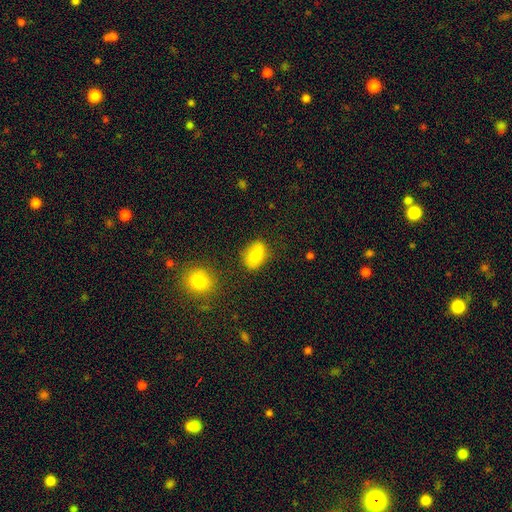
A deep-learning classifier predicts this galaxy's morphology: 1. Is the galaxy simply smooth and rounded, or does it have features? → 78% smooth, 13% featured or disk, 9% star or artifact.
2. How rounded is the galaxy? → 79% in between, 19% round, 2% cigar-shaped.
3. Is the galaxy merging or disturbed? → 81% none, 13% minor disturbance, 3% merger, 3% major disturbance.